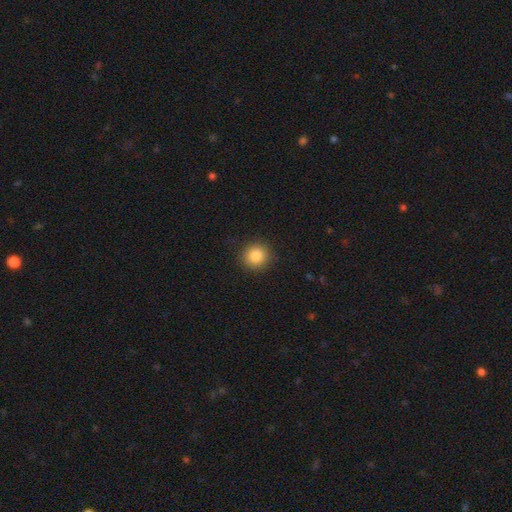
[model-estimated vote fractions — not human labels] Morphology: type=smooth (85%); roundness=round (90%); merging=none (90%).